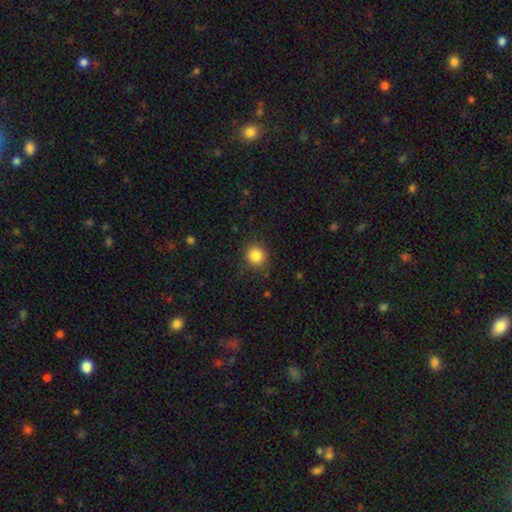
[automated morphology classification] Smooth or featured?
  - smooth: 85% *
  - star or artifact: 10%
  - featured or disk: 5%
How rounded?
  - round: 87% *
  - in between: 12%
  - cigar-shaped: 1%
Merging?
  - none: 86% *
  - minor disturbance: 10%
  - major disturbance: 3%
  - merger: 1%